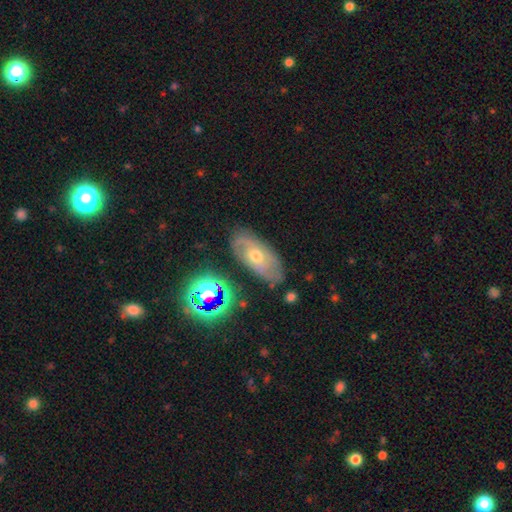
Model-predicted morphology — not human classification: A featured or disk galaxy (60%) with no bar (76%), spiral arms (70%) and a moderate central bulge (64%). Merging: none (72%).